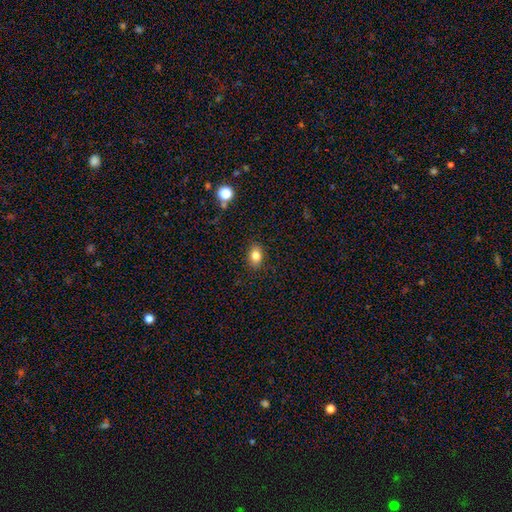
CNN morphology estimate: Overall: smooth (82%). How rounded: in between (74%). Merging: none (87%).